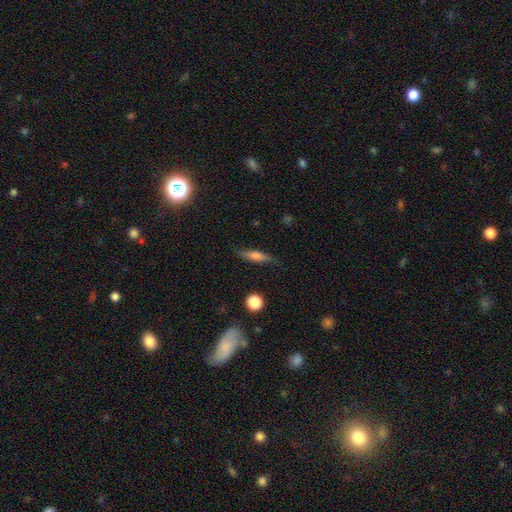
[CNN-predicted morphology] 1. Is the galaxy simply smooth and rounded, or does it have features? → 55% smooth, 37% featured or disk, 8% star or artifact.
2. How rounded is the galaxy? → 77% cigar-shaped, 20% in between, 4% round.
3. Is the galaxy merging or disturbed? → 81% none, 14% minor disturbance, 3% major disturbance, 1% merger.